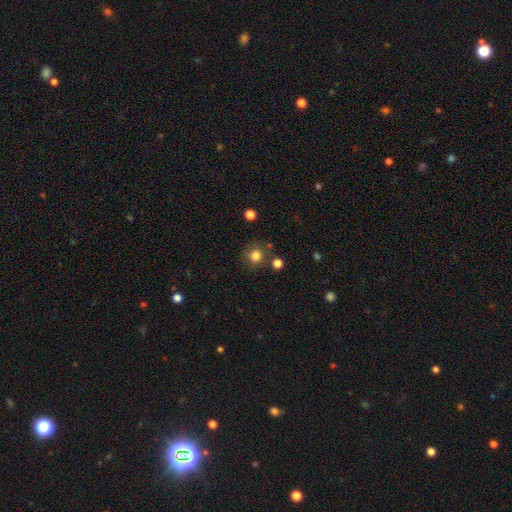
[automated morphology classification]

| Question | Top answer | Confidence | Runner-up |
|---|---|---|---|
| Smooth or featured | smooth | 81% | star or artifact (12%) |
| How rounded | round | 90% | in between (10%) |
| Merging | none | 78% | minor disturbance (11%) |